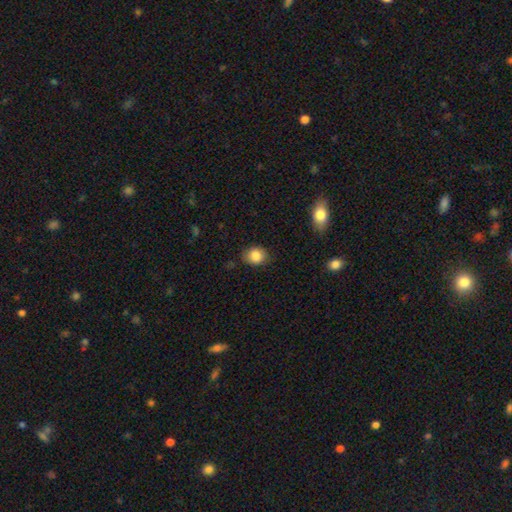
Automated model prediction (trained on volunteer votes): Smooth or featured?
  - smooth: 85% *
  - star or artifact: 9%
  - featured or disk: 6%
How rounded?
  - round: 63% *
  - in between: 36%
  - cigar-shaped: 1%
Merging?
  - none: 79% *
  - minor disturbance: 17%
  - major disturbance: 3%
  - merger: 1%